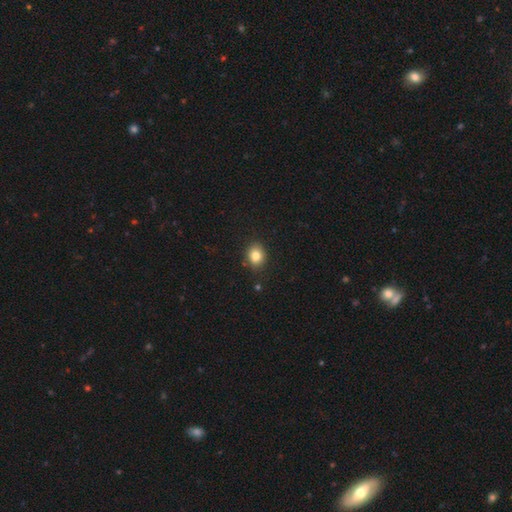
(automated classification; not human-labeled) Smooth or featured? Predicted: smooth (p=0.83). How rounded? Predicted: round (p=0.57). Merging? Predicted: none (p=0.86).